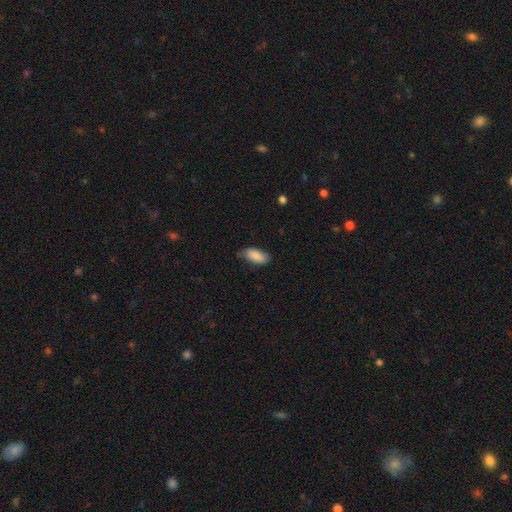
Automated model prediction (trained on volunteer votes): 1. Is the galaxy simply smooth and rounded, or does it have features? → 87% smooth, 7% featured or disk, 6% star or artifact.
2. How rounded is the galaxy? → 88% in between, 10% cigar-shaped, 2% round.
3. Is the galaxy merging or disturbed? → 70% none, 24% minor disturbance, 4% major disturbance, 1% merger.